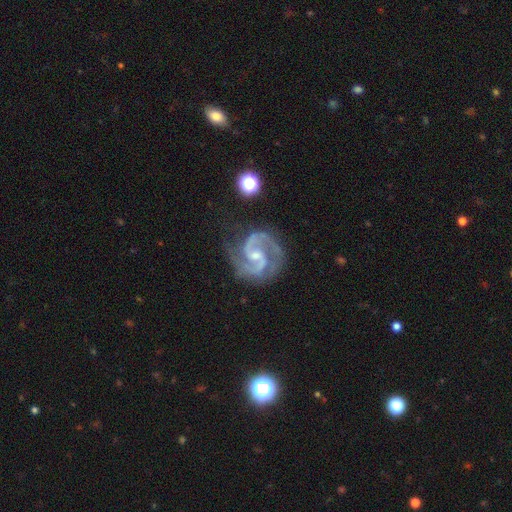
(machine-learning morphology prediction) smooth_or_featured: featured or disk (p=0.93) [alt: star or artifact p=0.05]
disk_edge_on: no (p=0.98) [alt: yes p=0.02]
bar: weak (p=0.45) [alt: no p=0.38]
has_spiral_arms: yes (p=0.99) [alt: no p=0.01]
spiral_winding: medium (p=0.65) [alt: tight p=0.24]
spiral_arm_count: 2 (p=0.92) [alt: 3 p=0.03]
bulge_size: small (p=0.64) [alt: moderate p=0.30]
merging: none (p=0.75) [alt: minor disturbance p=0.17]